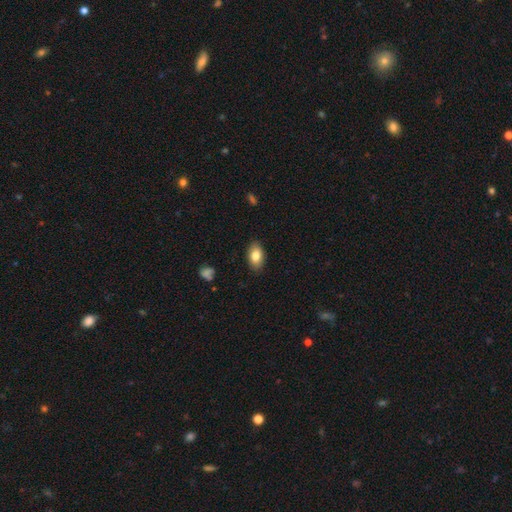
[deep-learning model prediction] Q: Smooth or featured?
A: smooth (83%); runner-up: featured or disk (10%)
Q: How rounded?
A: in between (92%); runner-up: round (6%)
Q: Merging?
A: none (88%); runner-up: minor disturbance (9%)